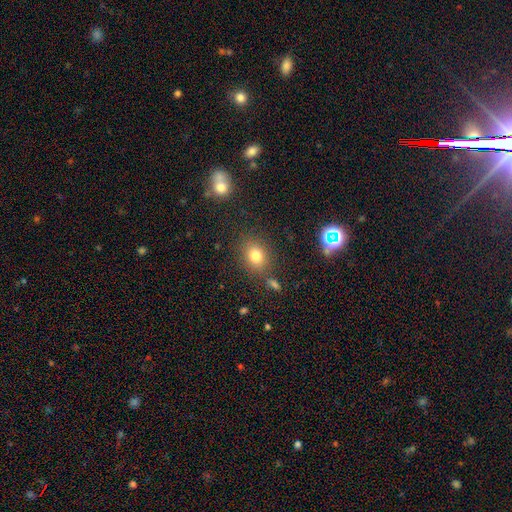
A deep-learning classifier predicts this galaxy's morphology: Smooth or featured?
  - smooth: 78% *
  - star or artifact: 14%
  - featured or disk: 8%
How rounded?
  - round: 57% *
  - in between: 41%
  - cigar-shaped: 1%
Merging?
  - none: 79% *
  - minor disturbance: 11%
  - merger: 5%
  - major disturbance: 4%